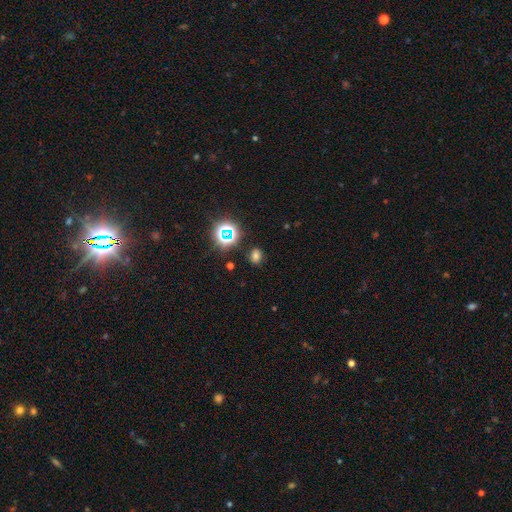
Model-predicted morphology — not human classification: This appears to be a smooth galaxy with no disk features (63%) that is round (51%). Merging: none (83%).